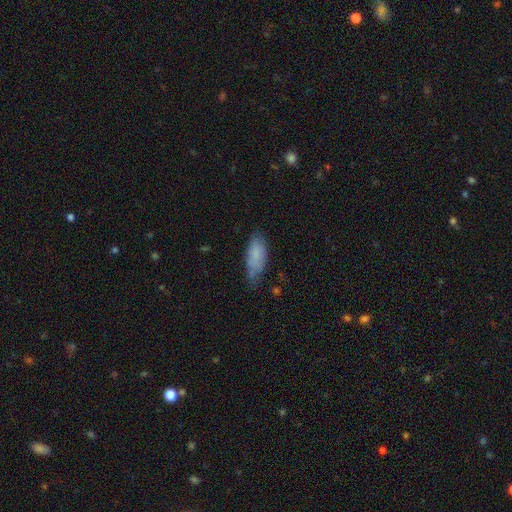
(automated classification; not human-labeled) Morphology: type=smooth (78%); roundness=in between (74%); merging=none (56%).